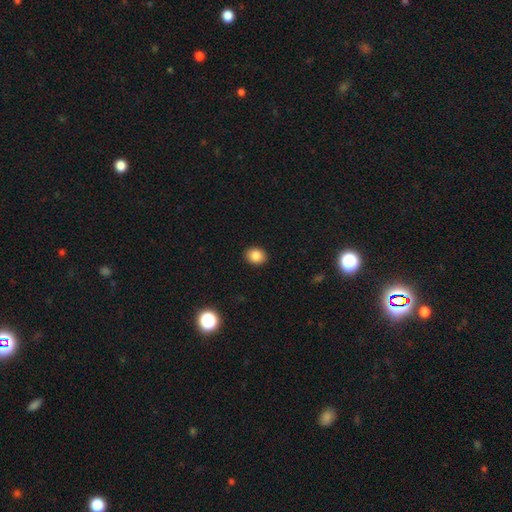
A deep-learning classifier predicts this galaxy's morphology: Smooth or featured?
  - smooth: 85% *
  - star or artifact: 10%
  - featured or disk: 5%
How rounded?
  - round: 61% *
  - in between: 38%
  - cigar-shaped: 1%
Merging?
  - none: 92% *
  - minor disturbance: 5%
  - major disturbance: 2%
  - merger: 1%